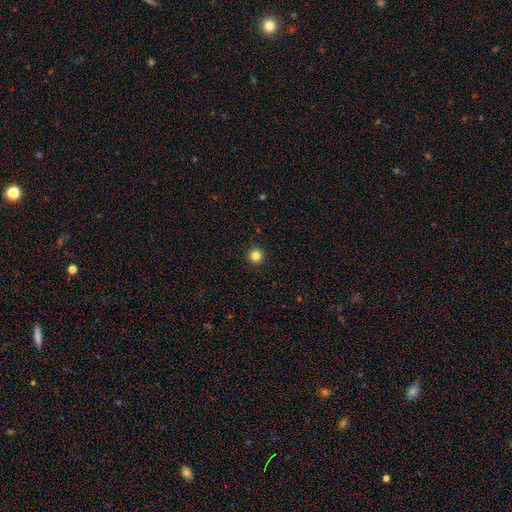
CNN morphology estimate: smooth-or-featured: smooth: 82% | star or artifact: 13% | featured or disk: 5%
  how-rounded: round: 96% | in between: 3% | cigar-shaped: 1%
  merging: none: 93% | minor disturbance: 4% | major disturbance: 2% | merger: 1%